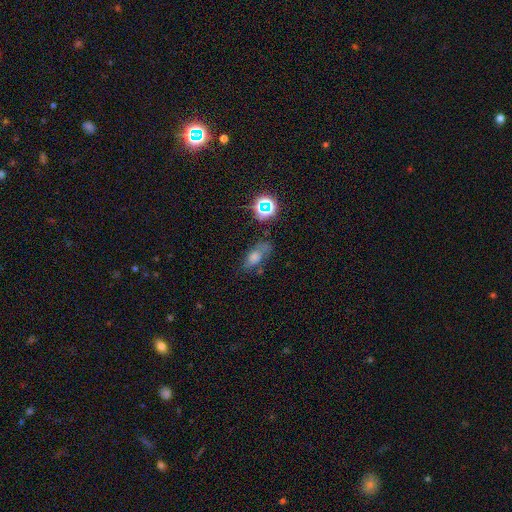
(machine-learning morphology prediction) smooth 53%, featured or disk 23%, star or artifact 23%. Down the decision tree: how rounded — in between (73%); merging — none (54%).